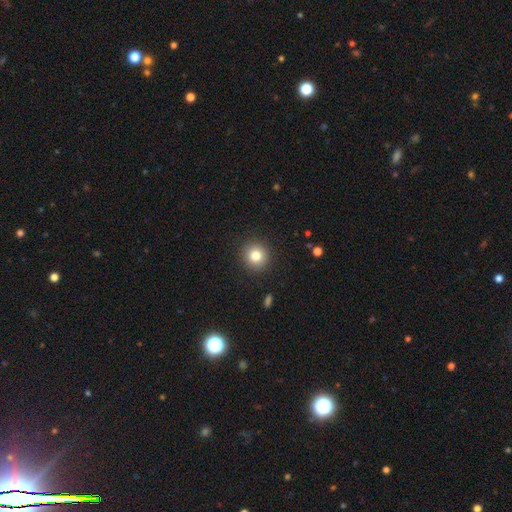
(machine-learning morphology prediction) smooth 81%, star or artifact 11%, featured or disk 8%. Down the decision tree: how rounded — round (92%); merging — none (91%).